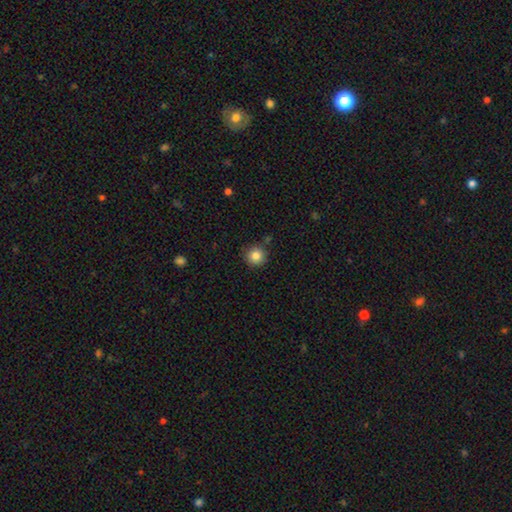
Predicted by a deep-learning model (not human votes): The model was most divided on "smooth or featured": smooth: 84%, star or artifact: 10%, featured or disk: 5%. More confident: how rounded — round (94%); merging — none (86%).